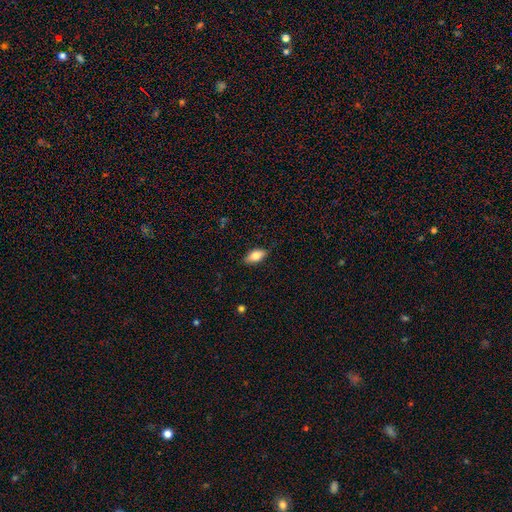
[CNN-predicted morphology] The model was most divided on "smooth or featured": smooth: 75%, featured or disk: 18%, star or artifact: 7%. More confident: how rounded — in between (85%); merging — none (83%).